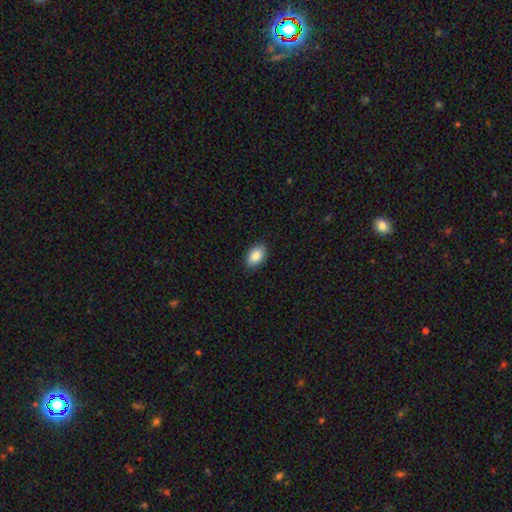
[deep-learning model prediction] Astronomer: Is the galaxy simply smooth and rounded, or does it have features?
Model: smooth — 85%.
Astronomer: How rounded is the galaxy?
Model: in between — 91%.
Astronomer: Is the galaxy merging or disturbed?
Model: none — 88%.